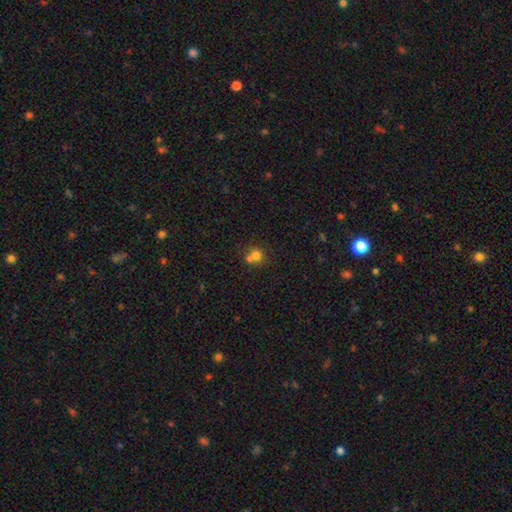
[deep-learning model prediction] A smooth galaxy with no disk features (74%) that is round (83%). Merging: merger (49%).